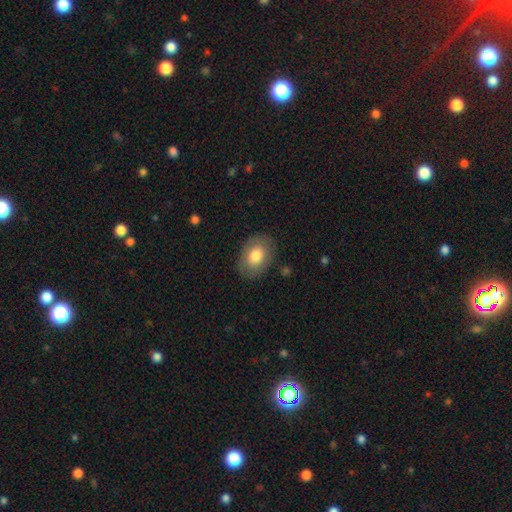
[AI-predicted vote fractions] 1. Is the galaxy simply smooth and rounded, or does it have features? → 79% smooth, 15% featured or disk, 7% star or artifact.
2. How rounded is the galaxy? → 80% in between, 19% round, 1% cigar-shaped.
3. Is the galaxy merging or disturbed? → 85% none, 11% minor disturbance, 3% major disturbance, 1% merger.